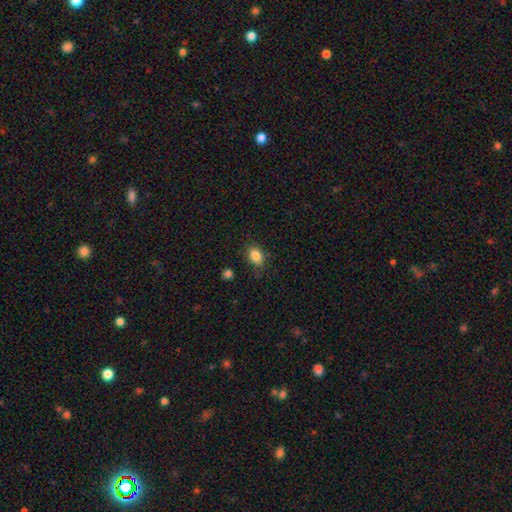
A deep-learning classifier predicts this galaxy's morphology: Overall: smooth (85%). How rounded: in between (74%). Merging: none (80%).